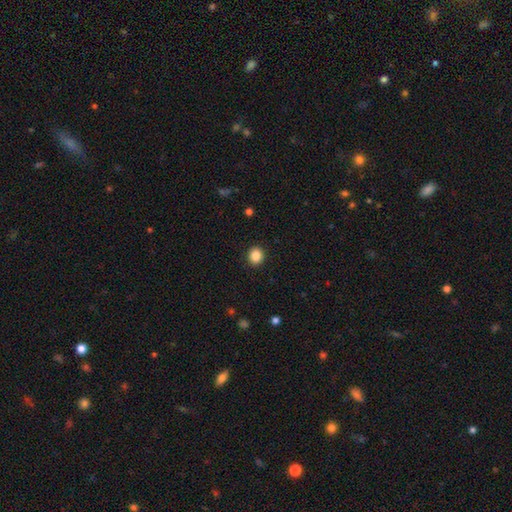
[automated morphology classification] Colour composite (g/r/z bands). It shows a smooth galaxy with no disk features (86%) that is round (80%). Merging: none (92%).